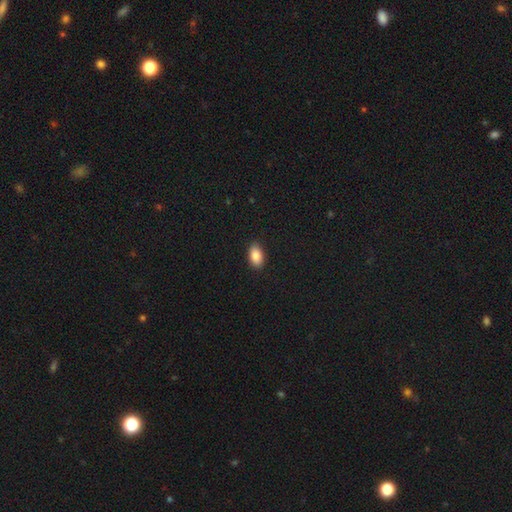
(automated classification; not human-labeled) Smooth or featured? Predicted: smooth (p=0.87). How rounded? Predicted: in between (p=0.92). Merging? Predicted: none (p=0.89).